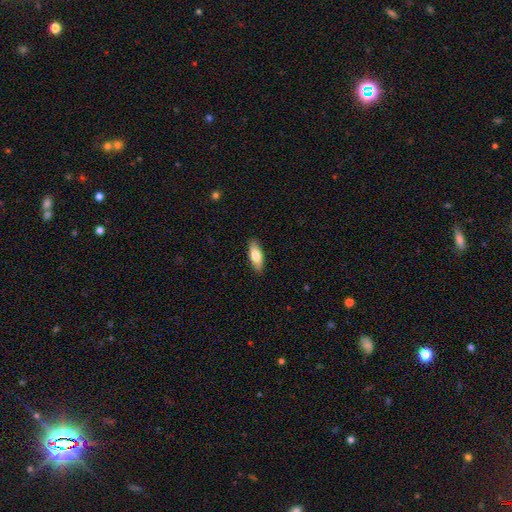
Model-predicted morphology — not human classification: smooth-or-featured: smooth: 77% | featured or disk: 17% | star or artifact: 6%
  how-rounded: in between: 70% | cigar-shaped: 28% | round: 2%
  merging: none: 89% | minor disturbance: 9% | major disturbance: 2% | merger: 1%